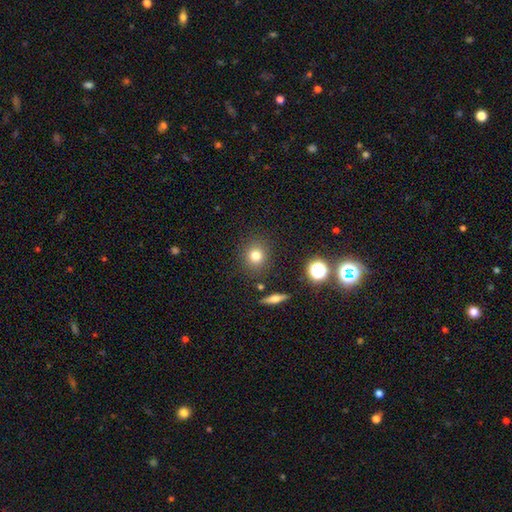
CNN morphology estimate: smooth_or_featured: smooth (p=0.78) [alt: star or artifact p=0.14]
how_rounded: round (p=0.87) [alt: in between p=0.12]
merging: none (p=0.87) [alt: minor disturbance p=0.08]